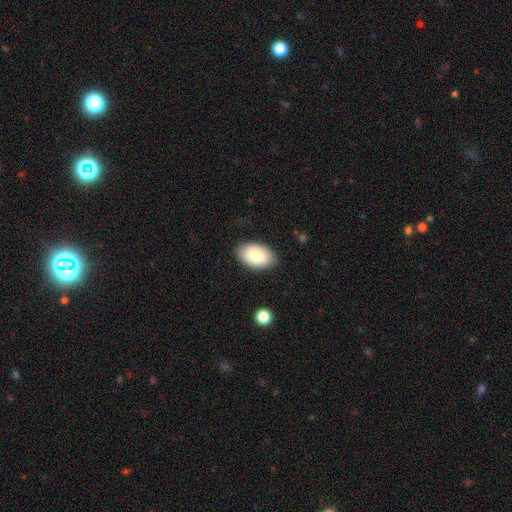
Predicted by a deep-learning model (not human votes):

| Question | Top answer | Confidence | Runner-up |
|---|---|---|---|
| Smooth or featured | smooth | 82% | featured or disk (12%) |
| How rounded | in between | 93% | round (5%) |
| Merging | none | 83% | minor disturbance (12%) |